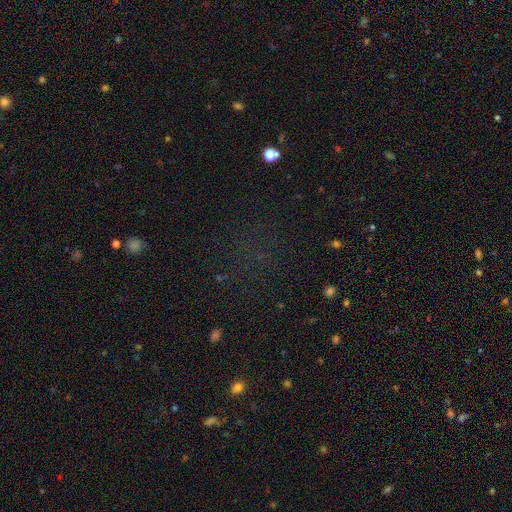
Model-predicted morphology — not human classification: smooth_or_featured: star or artifact (p=0.62) [alt: smooth p=0.27]